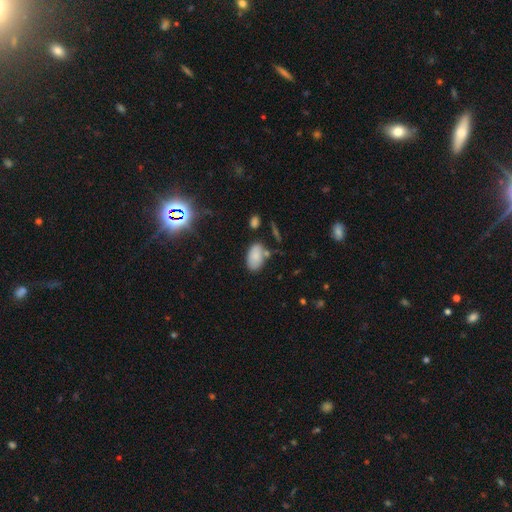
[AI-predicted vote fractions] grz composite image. It shows a smooth galaxy with no disk features (81%) that is in between round and cigar-shaped (94%). Merging: none (66%).